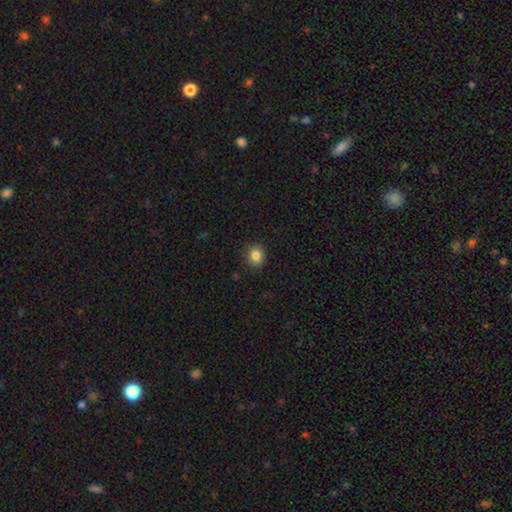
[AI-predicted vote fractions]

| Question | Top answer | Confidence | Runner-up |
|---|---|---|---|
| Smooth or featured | smooth | 85% | star or artifact (10%) |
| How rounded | round | 75% | in between (24%) |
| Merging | none | 88% | minor disturbance (8%) |